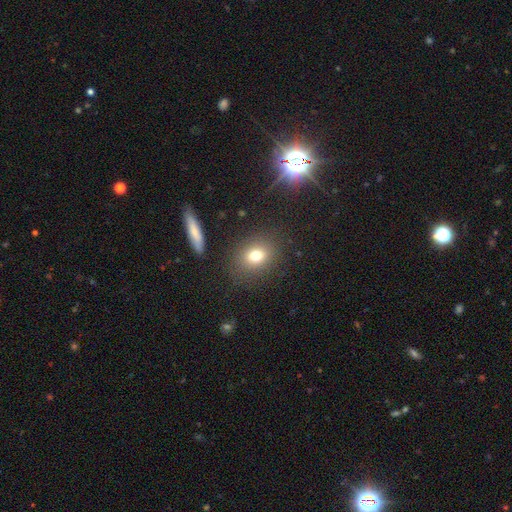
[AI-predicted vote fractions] This is likely a smooth galaxy (76%). How rounded: possibly round (52%). Merging: clearly none (83%).